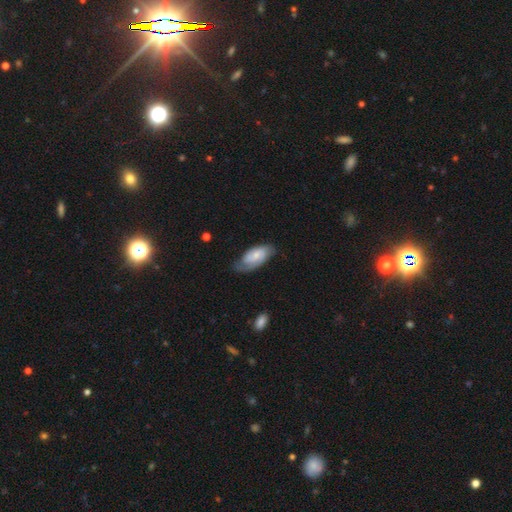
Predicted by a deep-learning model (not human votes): Smooth or featured? Predicted: featured or disk (p=0.64). Edge-on disk? Predicted: no (p=0.94). Bar? Predicted: no (p=0.58). Spiral arms? Predicted: yes (p=0.91). Spiral winding? Predicted: tight (p=0.46). Spiral arm count? Predicted: 2 (p=0.58). Bulge size? Predicted: small (p=0.56). Merging? Predicted: none (p=0.60).